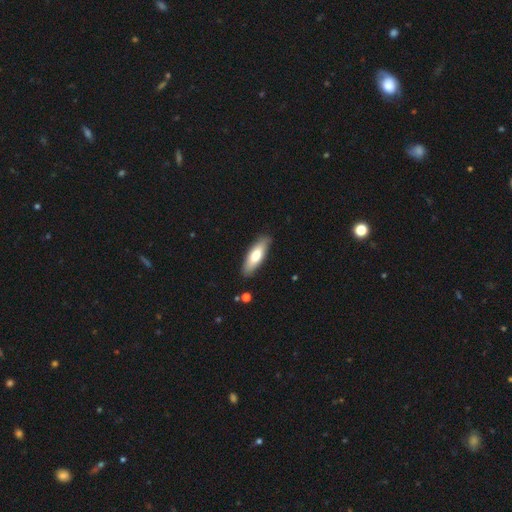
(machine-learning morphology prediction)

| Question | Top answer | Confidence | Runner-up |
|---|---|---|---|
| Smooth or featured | smooth | 70% | featured or disk (25%) |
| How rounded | in between | 54% | cigar-shaped (45%) |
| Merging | none | 87% | minor disturbance (10%) |